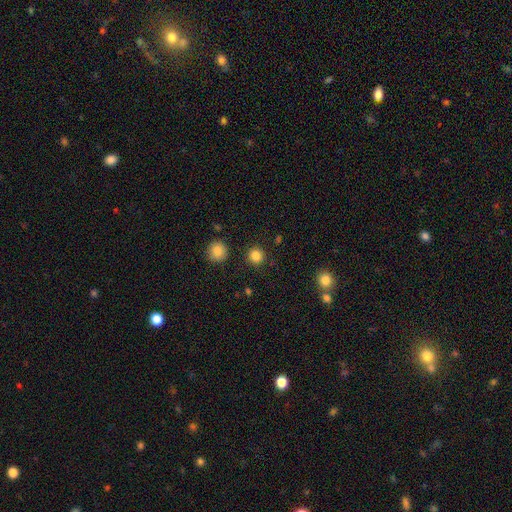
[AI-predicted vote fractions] smooth 84%, star or artifact 11%, featured or disk 4%. Down the decision tree: how rounded — round (93%); merging — none (90%).